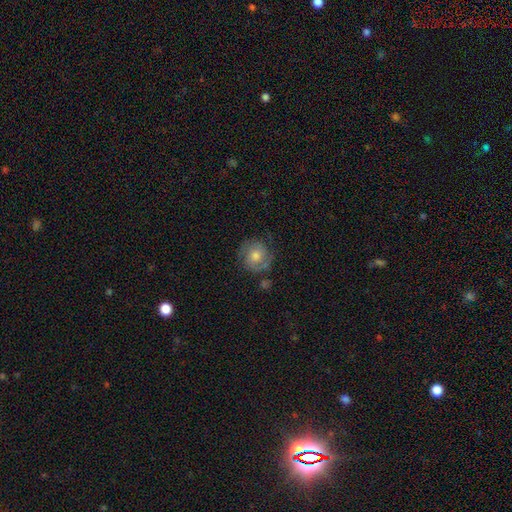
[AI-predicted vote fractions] smooth_or_featured: featured or disk (p=0.62) [alt: smooth p=0.28]
disk_edge_on: no (p=0.97) [alt: yes p=0.03]
bar: no (p=0.73) [alt: weak p=0.23]
has_spiral_arms: yes (p=0.89) [alt: no p=0.11]
spiral_winding: tight (p=0.55) [alt: medium p=0.35]
spiral_arm_count: 2 (p=0.68) [alt: can't tell p=0.17]
bulge_size: moderate (p=0.64) [alt: small p=0.24]
merging: none (p=0.77) [alt: minor disturbance p=0.15]